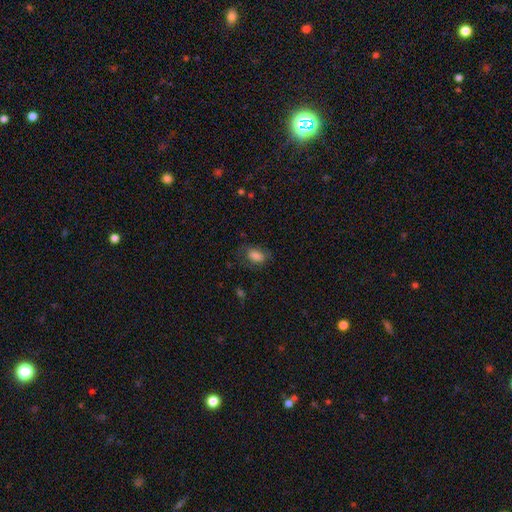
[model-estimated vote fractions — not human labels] Smooth or featured?
  - smooth: 82% *
  - star or artifact: 9%
  - featured or disk: 9%
How rounded?
  - in between: 87% *
  - round: 10%
  - cigar-shaped: 3%
Merging?
  - none: 65% *
  - minor disturbance: 22%
  - major disturbance: 12%
  - merger: 2%